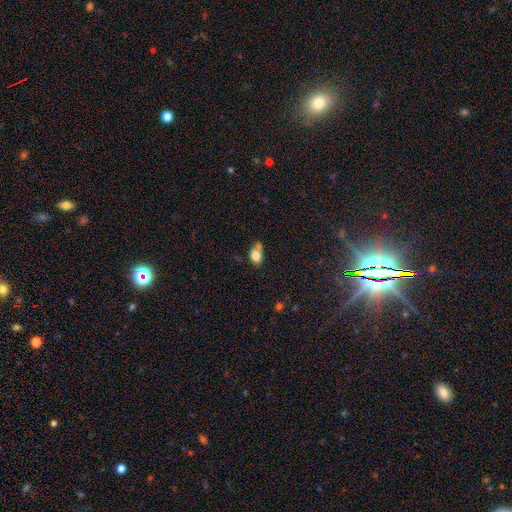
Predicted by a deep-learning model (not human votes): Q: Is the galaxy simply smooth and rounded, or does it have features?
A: smooth — 78%.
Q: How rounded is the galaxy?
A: in between — 75%.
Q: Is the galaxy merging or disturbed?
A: none — 38%.